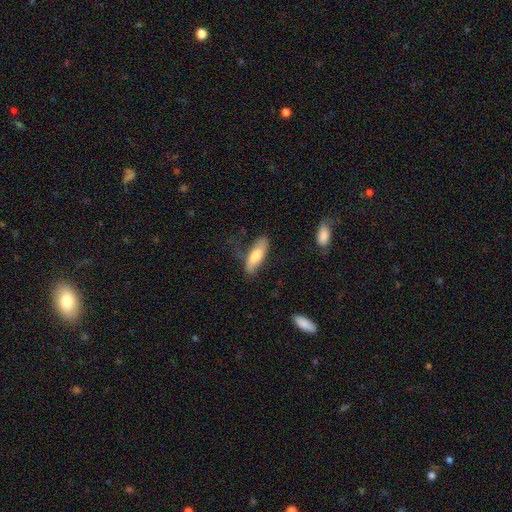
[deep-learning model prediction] smooth_or_featured: smooth (p=0.71) [alt: featured or disk p=0.23]
how_rounded: in between (p=0.61) [alt: cigar-shaped p=0.36]
merging: none (p=0.61) [alt: minor disturbance p=0.26]